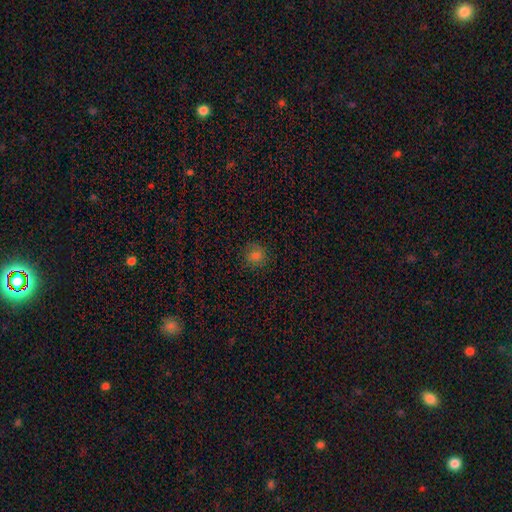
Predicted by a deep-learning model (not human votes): Smooth or featured? Predicted: smooth (p=0.76). How rounded? Predicted: round (p=0.87). Merging? Predicted: none (p=0.86).